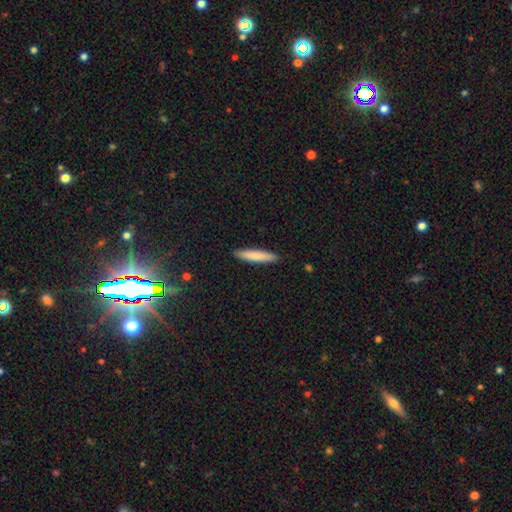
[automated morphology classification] Smooth or featured? smooth (80%)
How rounded? cigar-shaped (90%)
Merging? none (90%)